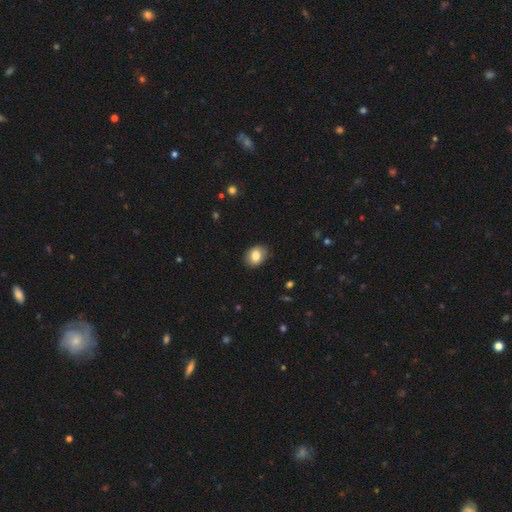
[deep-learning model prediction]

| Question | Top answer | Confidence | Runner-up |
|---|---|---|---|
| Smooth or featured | smooth | 82% | featured or disk (10%) |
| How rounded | in between | 60% | round (39%) |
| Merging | none | 83% | minor disturbance (13%) |